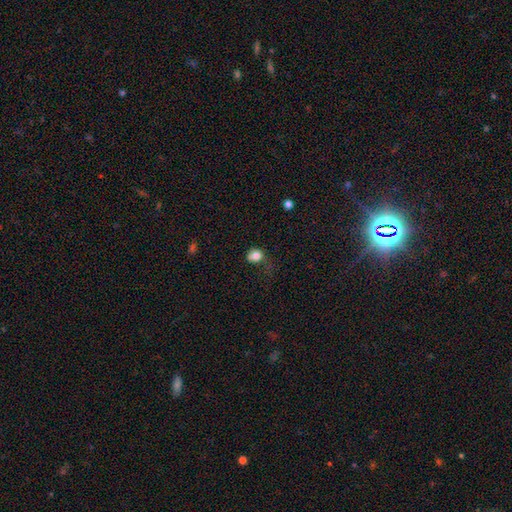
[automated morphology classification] The model was most divided on "merging": none: 42%, minor disturbance: 31%, major disturbance: 23%, merger: 4%. More confident: smooth or featured — smooth (81%); how rounded — round (72%).